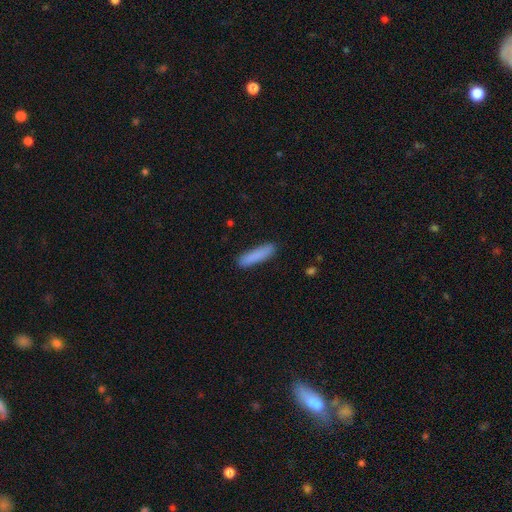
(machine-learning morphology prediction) This is clearly a smooth galaxy (86%). How rounded: clearly cigar-shaped (84%). Merging: clearly none (88%).